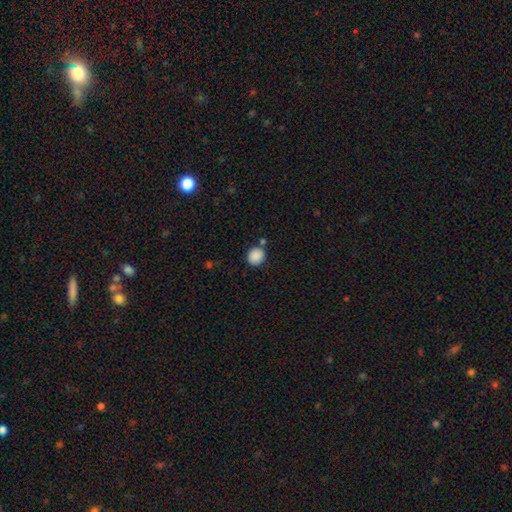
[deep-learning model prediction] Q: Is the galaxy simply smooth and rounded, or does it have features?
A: smooth — 88%.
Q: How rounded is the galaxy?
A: round — 86%.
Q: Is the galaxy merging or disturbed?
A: none — 78%.